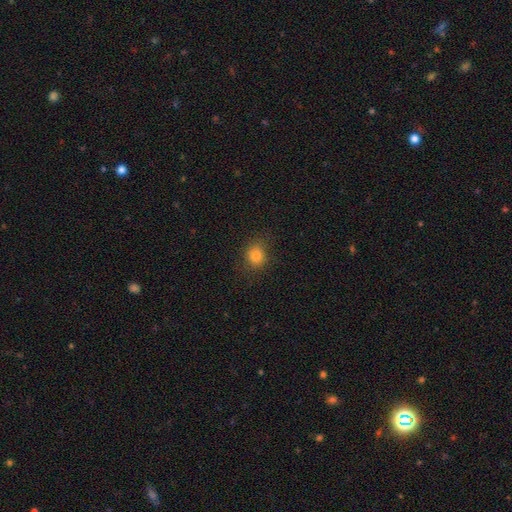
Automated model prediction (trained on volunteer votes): Smooth or featured? Predicted: smooth (p=0.82). How rounded? Predicted: round (p=0.69). Merging? Predicted: none (p=0.81).